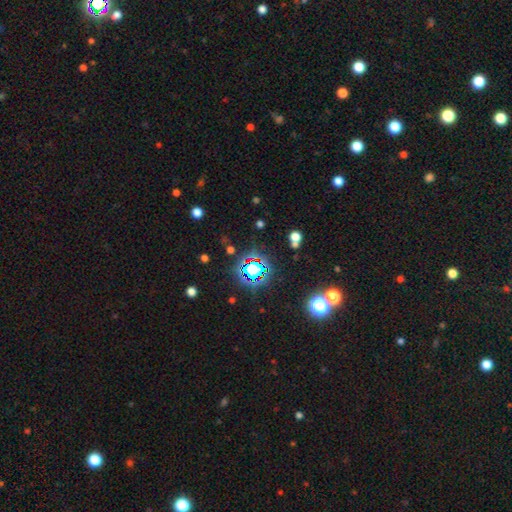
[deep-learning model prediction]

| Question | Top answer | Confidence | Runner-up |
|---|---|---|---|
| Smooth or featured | star or artifact | 78% | smooth (13%) |